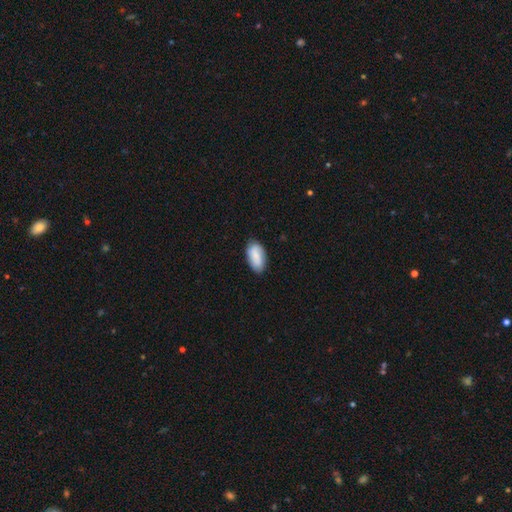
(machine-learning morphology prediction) Smooth or featured?
  - smooth: 85% *
  - featured or disk: 9%
  - star or artifact: 6%
How rounded?
  - in between: 94% *
  - cigar-shaped: 3%
  - round: 3%
Merging?
  - none: 81% *
  - minor disturbance: 15%
  - major disturbance: 3%
  - merger: 1%